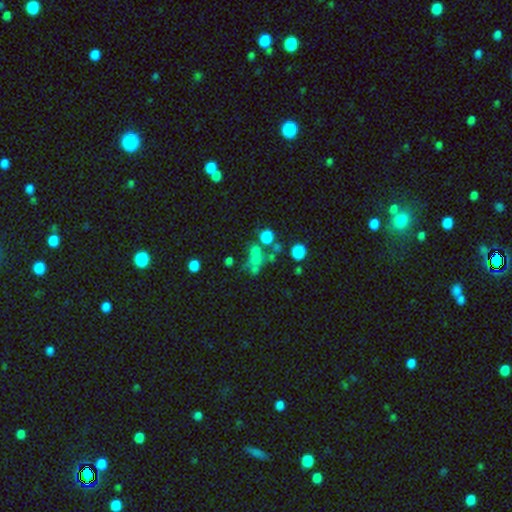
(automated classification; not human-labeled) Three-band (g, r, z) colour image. It shows a smooth galaxy with no disk features (51%) that is in between round and cigar-shaped (52%). Merging: merger (33%).